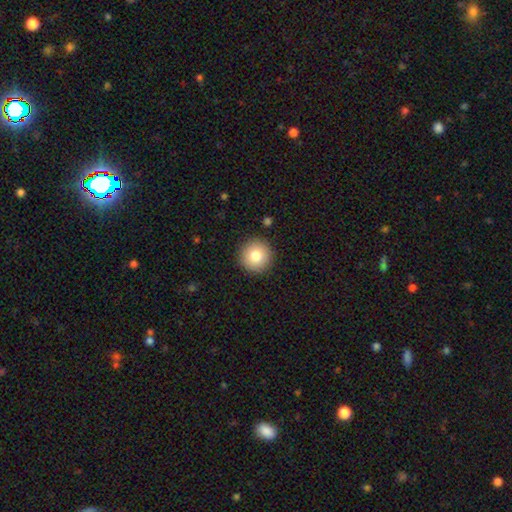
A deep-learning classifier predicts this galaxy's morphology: A smooth galaxy with no disk features (81%) that is round (95%).

Vote fractions:
- Smooth or featured? smooth: 81% / featured or disk: 10% / star or artifact: 9%
- How rounded? round: 95% / in between: 4% / cigar-shaped: 1%
- Merging? none: 91% / minor disturbance: 6% / major disturbance: 2% / merger: 1%